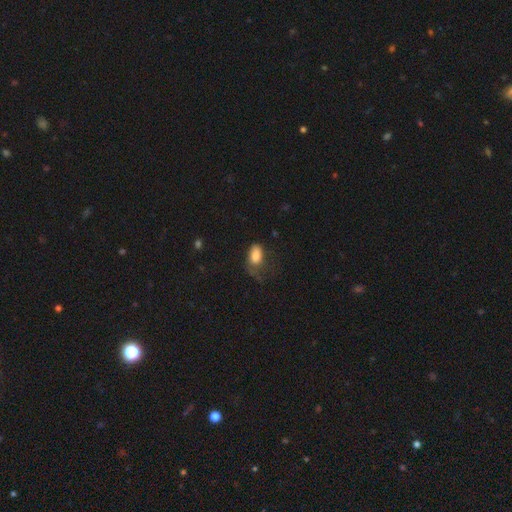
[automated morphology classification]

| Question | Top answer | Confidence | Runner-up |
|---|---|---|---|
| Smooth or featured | smooth | 80% | featured or disk (12%) |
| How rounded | in between | 90% | round (8%) |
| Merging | major disturbance | 39% | none (31%) |